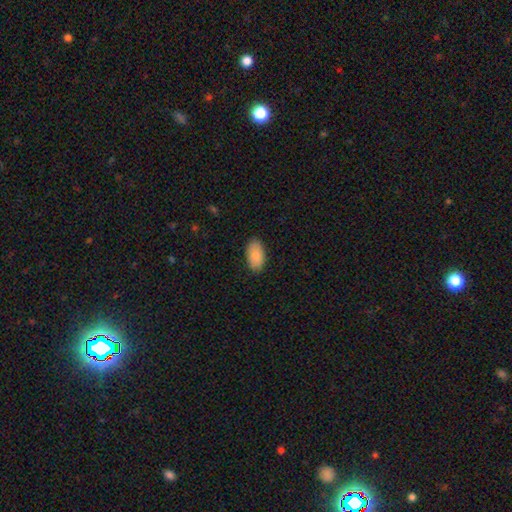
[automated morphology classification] smooth_or_featured: smooth (p=0.85) [alt: featured or disk p=0.08]
how_rounded: in between (p=0.94) [alt: round p=0.03]
merging: none (p=0.85) [alt: minor disturbance p=0.11]